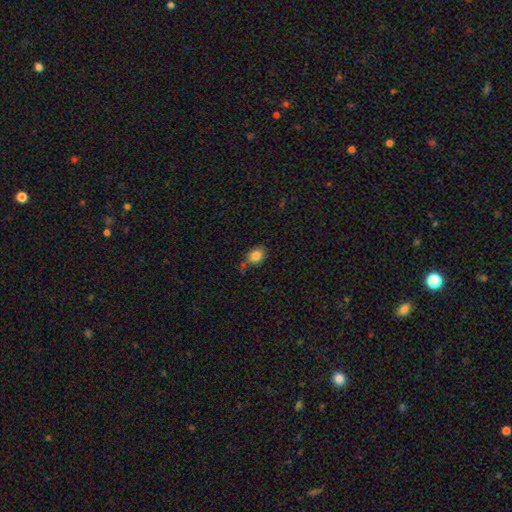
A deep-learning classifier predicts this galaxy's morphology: Smooth or featured?
  - smooth: 84% *
  - star or artifact: 10%
  - featured or disk: 6%
How rounded?
  - in between: 65% *
  - round: 33%
  - cigar-shaped: 1%
Merging?
  - none: 56% *
  - minor disturbance: 25%
  - merger: 11%
  - major disturbance: 8%